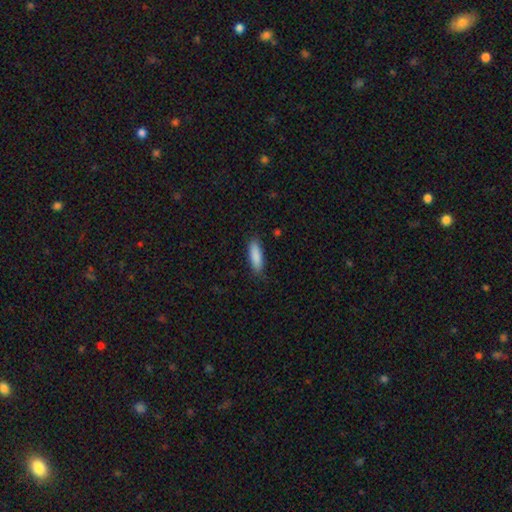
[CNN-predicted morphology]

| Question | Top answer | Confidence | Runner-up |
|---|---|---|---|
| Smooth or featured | smooth | 88% | star or artifact (6%) |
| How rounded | in between | 49% | tied: cigar-shaped (49%) |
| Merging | none | 84% | minor disturbance (12%) |